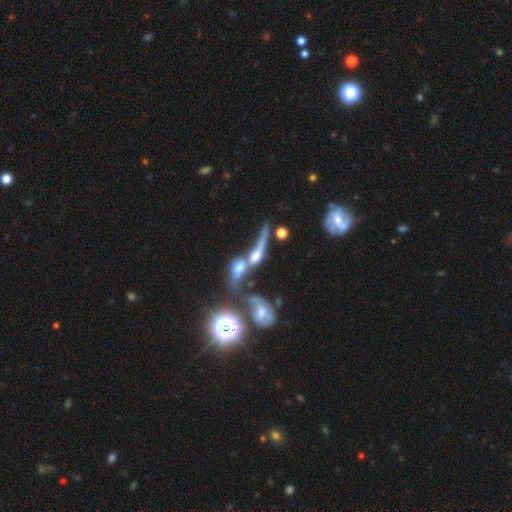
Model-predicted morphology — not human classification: This is possibly a featured or disk galaxy (51%). It is possibly not viewed edge-on (56%). Merging: likely merger (69%).